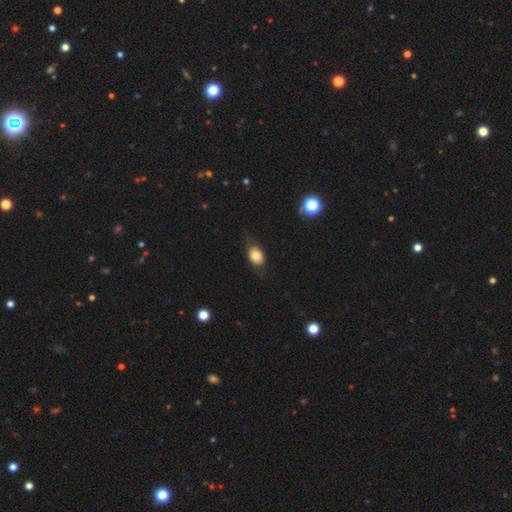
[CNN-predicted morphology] smooth 75%, featured or disk 16%, star or artifact 9%. Down the decision tree: how rounded — in between (69%); merging — none (66%).